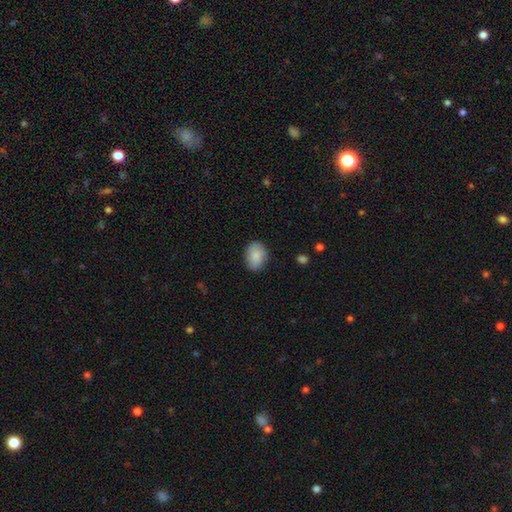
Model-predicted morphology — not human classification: Smooth or featured? Predicted: smooth (p=0.82). How rounded? Predicted: in between (p=0.71). Merging? Predicted: none (p=0.80).